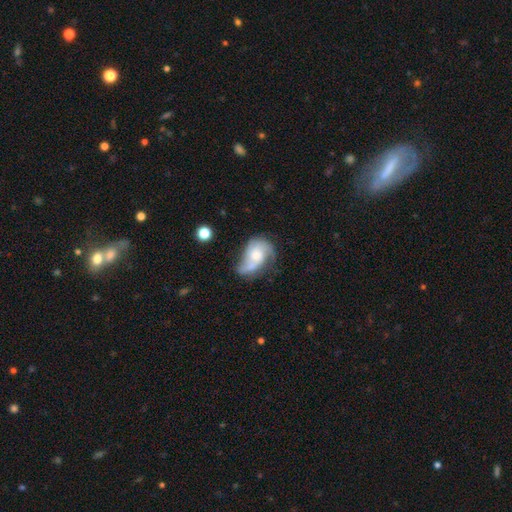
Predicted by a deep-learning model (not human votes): The model was most divided on "spiral winding": medium: 42%, loose: 37%, tight: 20%. Remaining: edge-on disk — no (97%); spiral arms — yes (87%); bar — no (70%); smooth or featured — featured or disk (68%); spiral arm count — 2 (63%); bulge size — moderate (49%); merging — none (33%).